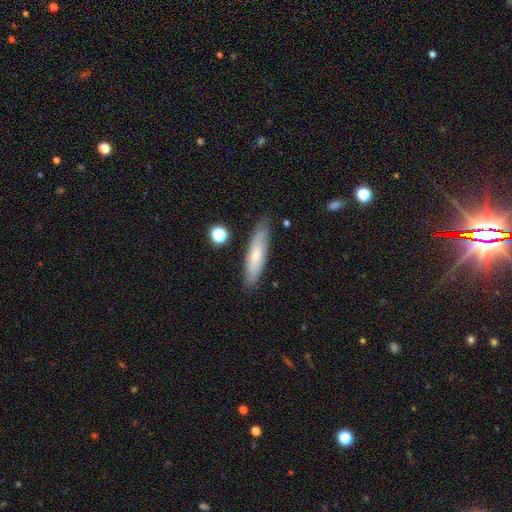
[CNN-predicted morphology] Smooth or featured: smooth — 63% (featured or disk — 30%)
How rounded: cigar-shaped — 78% (in between — 21%)
Merging: none — 85% (minor disturbance — 11%)